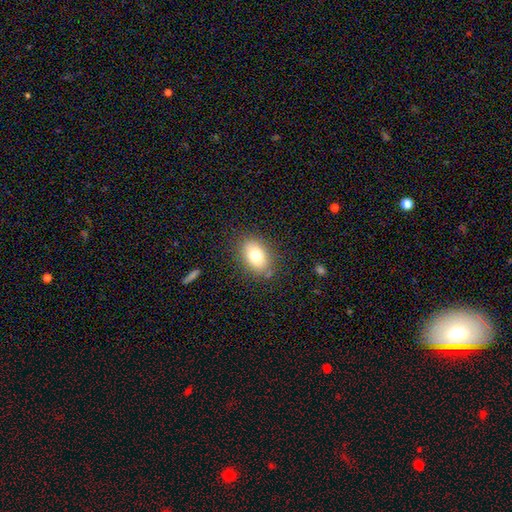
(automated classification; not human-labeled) Q: Smooth or featured?
A: smooth (77%); runner-up: featured or disk (13%)
Q: How rounded?
A: in between (81%); runner-up: round (17%)
Q: Merging?
A: none (83%); runner-up: minor disturbance (11%)